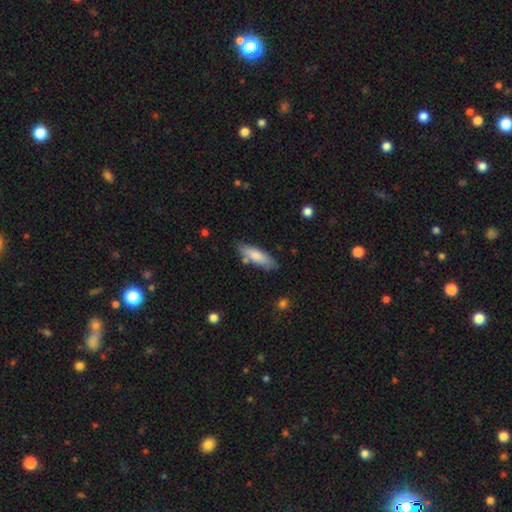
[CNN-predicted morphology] Smooth or featured? Predicted: smooth (p=0.78). How rounded? Predicted: cigar-shaped (p=0.51). Merging? Predicted: none (p=0.79).